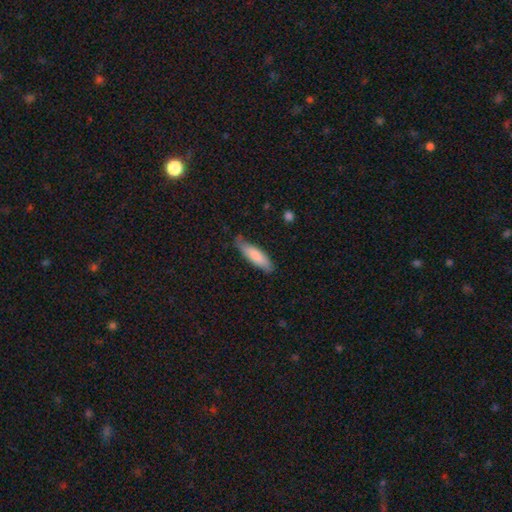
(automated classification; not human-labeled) Smooth or featured? smooth (80%)
How rounded? cigar-shaped (57%)
Merging? none (71%)